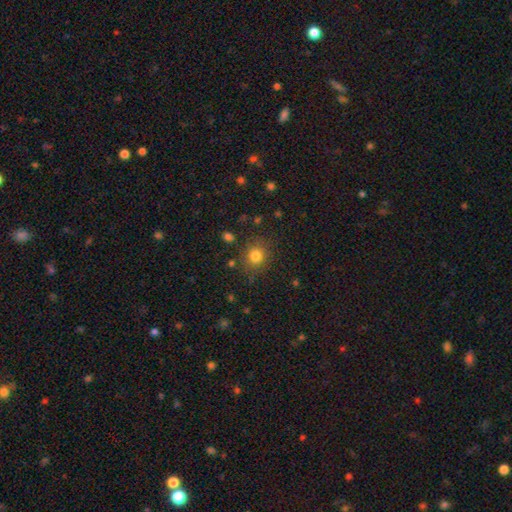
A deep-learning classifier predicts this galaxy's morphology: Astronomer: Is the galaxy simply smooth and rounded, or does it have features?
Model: smooth — 80%.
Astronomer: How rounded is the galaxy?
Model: round — 80%.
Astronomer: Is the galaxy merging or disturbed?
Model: none — 83%.